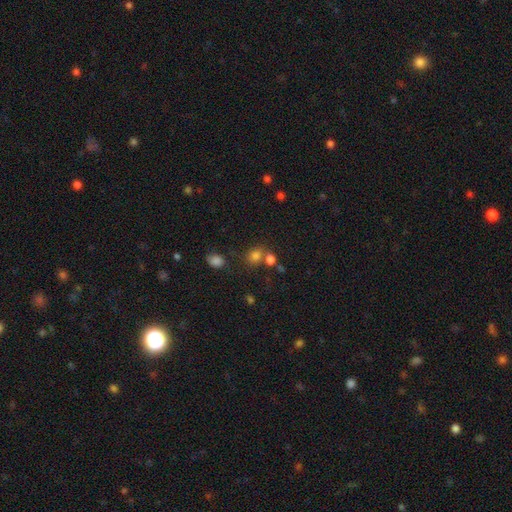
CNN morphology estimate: This is likely a smooth galaxy (77%). How rounded: likely round (62%). Merging: possibly none (54%).